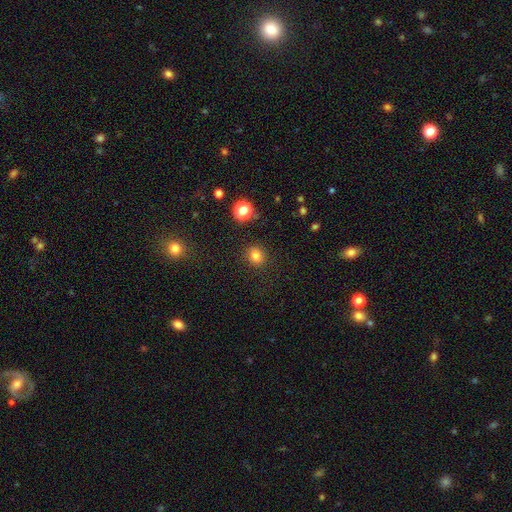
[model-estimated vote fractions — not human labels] Smooth or featured?
  - smooth: 80% *
  - star or artifact: 14%
  - featured or disk: 6%
How rounded?
  - round: 78% *
  - in between: 21%
  - cigar-shaped: 1%
Merging?
  - none: 89% *
  - minor disturbance: 7%
  - major disturbance: 3%
  - merger: 1%